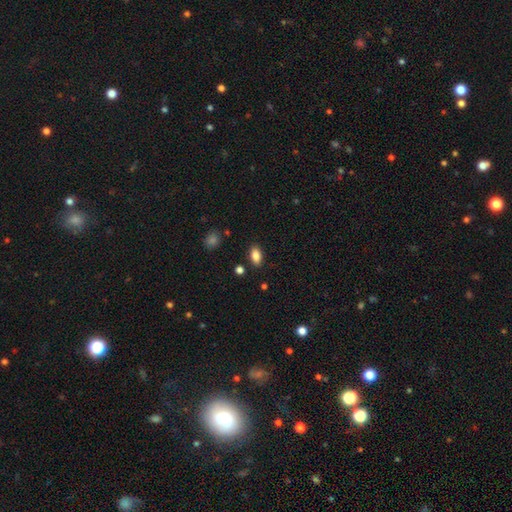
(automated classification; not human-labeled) smooth-or-featured: smooth: 85% | star or artifact: 9% | featured or disk: 6%
  how-rounded: in between: 90% | round: 6% | cigar-shaped: 5%
  merging: none: 86% | minor disturbance: 9% | major disturbance: 2% | merger: 2%